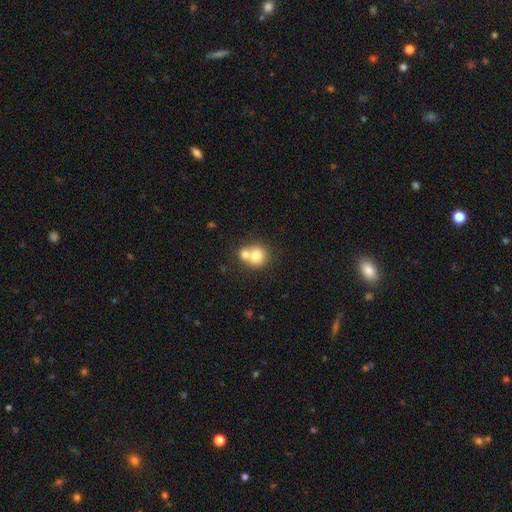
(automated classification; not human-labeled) smooth-or-featured: smooth: 73% | featured or disk: 18% | star or artifact: 10%
  how-rounded: round: 84% | in between: 15% | cigar-shaped: 1%
  merging: merger: 57% | none: 34% | minor disturbance: 6% | major disturbance: 2%